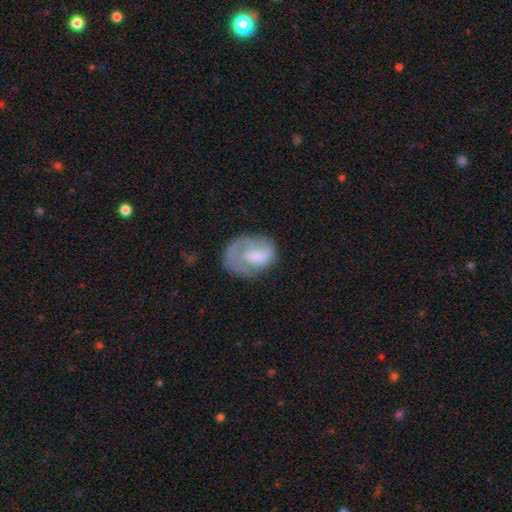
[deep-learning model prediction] Smooth or featured? featured or disk (51%)
Edge-on disk? no (97%)
Merging? none (48%)